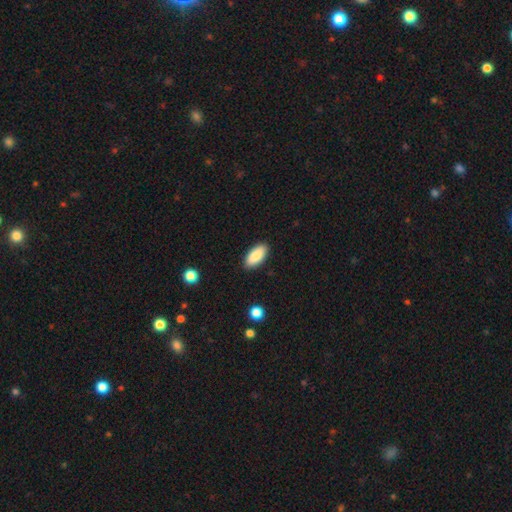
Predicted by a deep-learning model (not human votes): Morphology: type=smooth (87%); roundness=in between (91%); merging=none (89%).